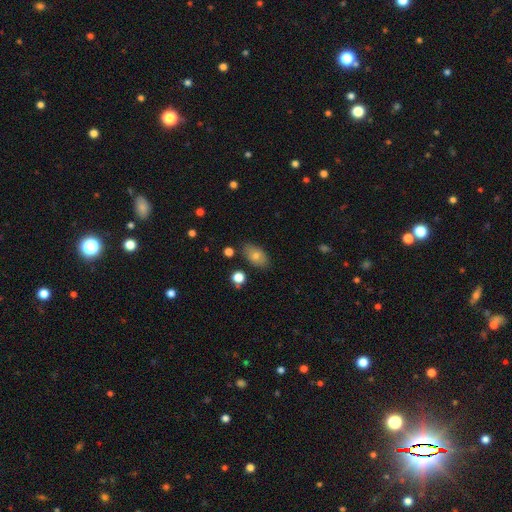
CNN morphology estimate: Q: Smooth or featured?
A: smooth (72%); runner-up: featured or disk (18%)
Q: How rounded?
A: in between (89%); runner-up: round (9%)
Q: Merging?
A: none (82%); runner-up: minor disturbance (13%)